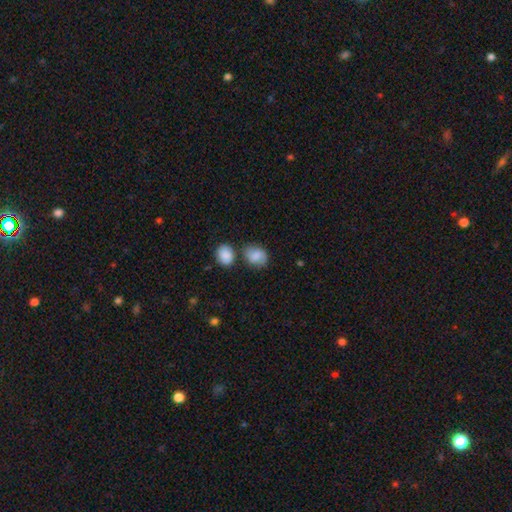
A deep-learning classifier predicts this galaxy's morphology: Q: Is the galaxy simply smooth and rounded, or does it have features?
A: smooth — 79%.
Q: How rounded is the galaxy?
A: in between — 54%.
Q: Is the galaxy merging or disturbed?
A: none — 60%.